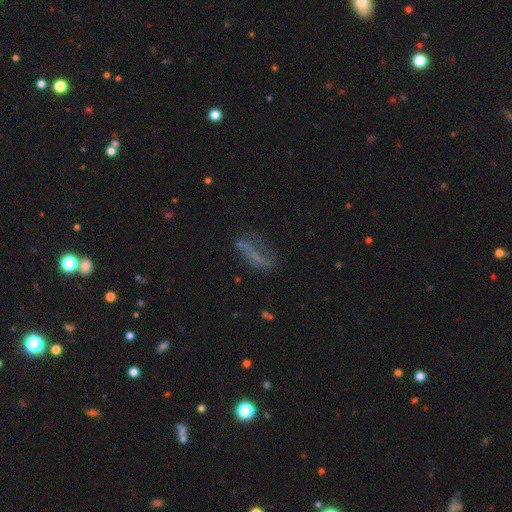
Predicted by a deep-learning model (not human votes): This appears to be a featured or disk galaxy (43%). Merging: none (48%).